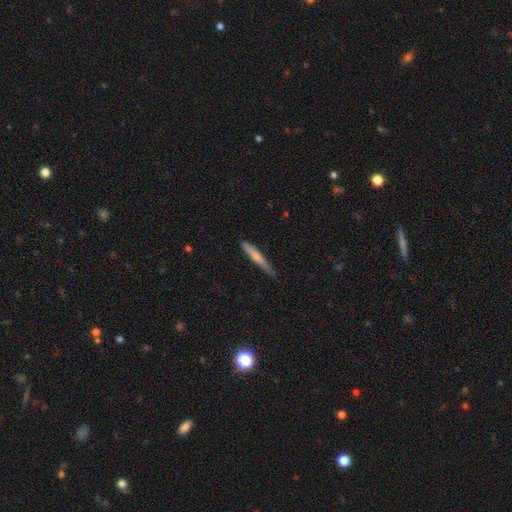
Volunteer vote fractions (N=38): smooth_or_featured: smooth (p=0.58) [alt: featured or disk p=0.32]
how_rounded: cigar-shaped (p=1.00)
merging: none (p=0.65) [alt: minor disturbance p=0.24]